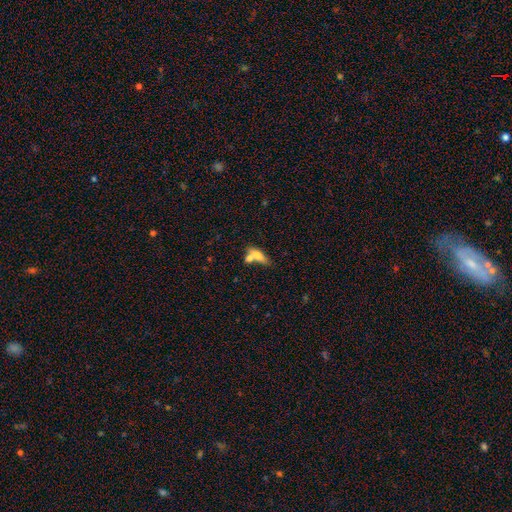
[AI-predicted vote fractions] The model was most divided on "merging": merger: 46%, none: 37%, minor disturbance: 12%, major disturbance: 6%. More confident: smooth or featured — smooth (67%); how rounded — in between (60%).